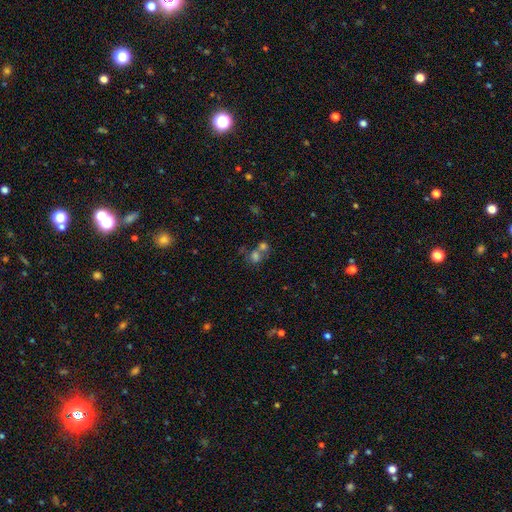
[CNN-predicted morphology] The model was most divided on "how rounded": round: 59%, in between: 40%, cigar-shaped: 1%. More confident: smooth or featured — smooth (63%); merging — merger (53%).